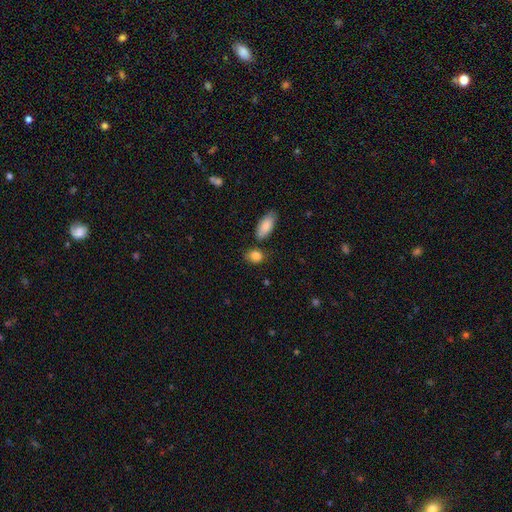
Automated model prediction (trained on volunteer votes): Overall: smooth (86%). How rounded: in between (60%; round 37%). Merging: none (69%).